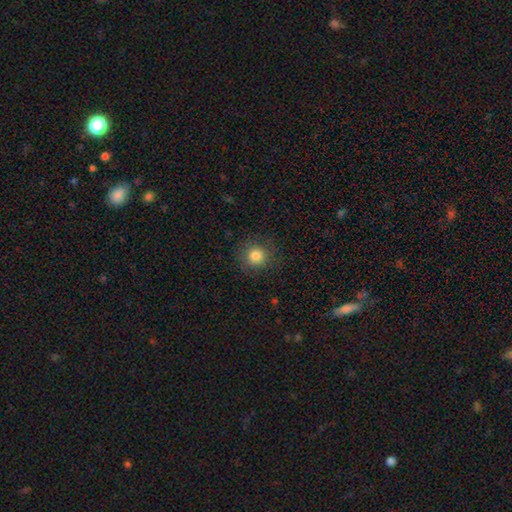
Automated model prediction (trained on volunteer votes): Morphology: type=smooth (82%); roundness=round (92%); merging=none (88%).